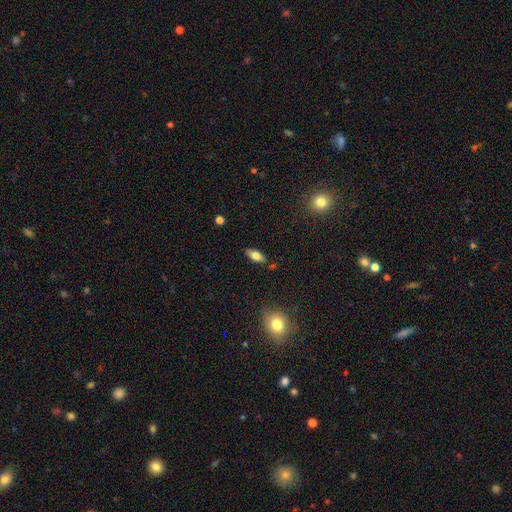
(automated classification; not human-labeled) This is likely a smooth galaxy (74%). How rounded: likely in between (79%). Merging: clearly none (83%).